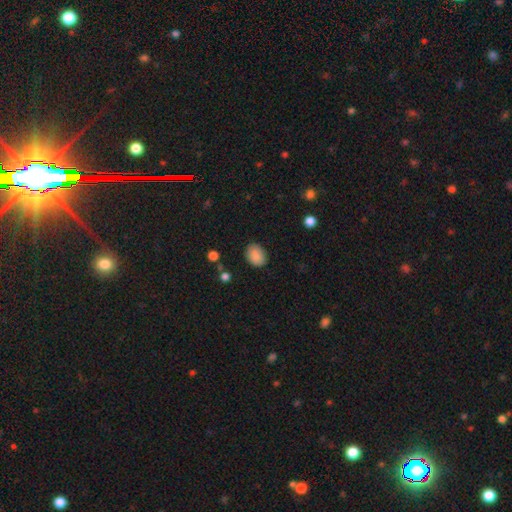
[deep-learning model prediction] smooth-or-featured: smooth: 88% | star or artifact: 8% | featured or disk: 4%
  how-rounded: in between: 69% | round: 30% | cigar-shaped: 1%
  merging: none: 84% | minor disturbance: 12% | major disturbance: 3% | merger: 1%